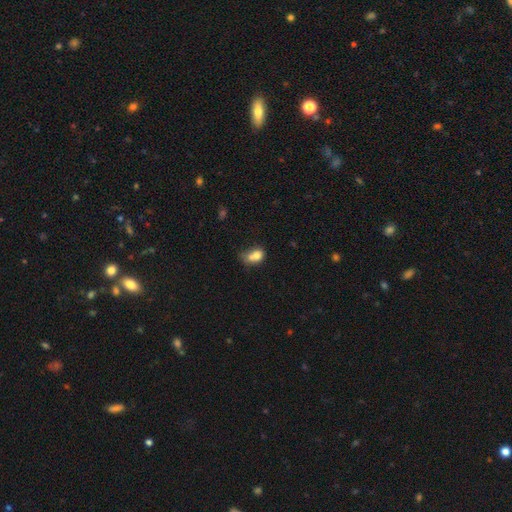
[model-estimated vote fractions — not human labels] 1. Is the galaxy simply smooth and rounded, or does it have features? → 72% smooth, 17% featured or disk, 11% star or artifact.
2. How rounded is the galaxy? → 59% in between, 39% round, 2% cigar-shaped.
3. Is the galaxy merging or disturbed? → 51% merger, 24% none, 15% minor disturbance, 10% major disturbance.